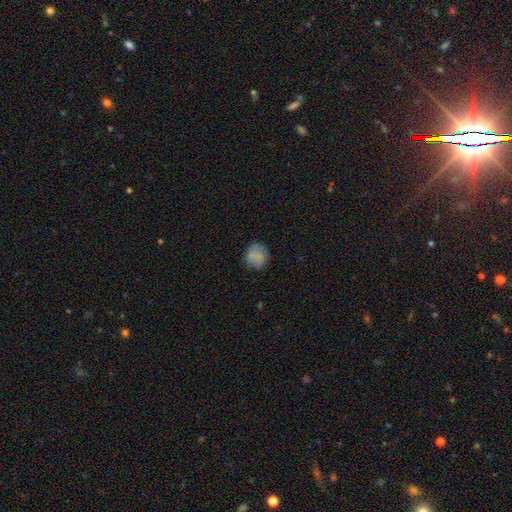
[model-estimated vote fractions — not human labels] Smooth or featured? smooth (74%)
How rounded? round (82%)
Merging? none (70%)